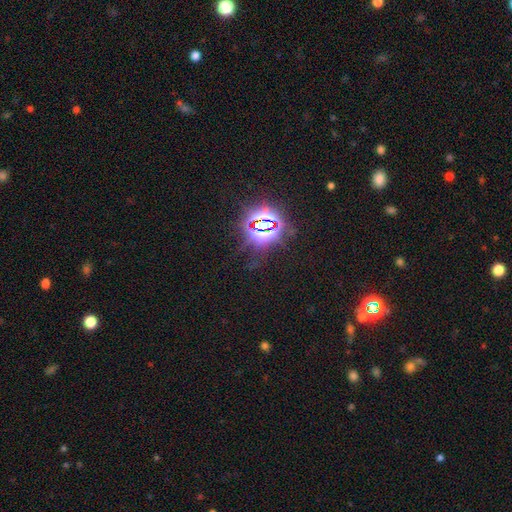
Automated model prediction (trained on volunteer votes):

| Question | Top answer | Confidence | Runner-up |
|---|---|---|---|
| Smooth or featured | star or artifact | 82% | smooth (11%) |